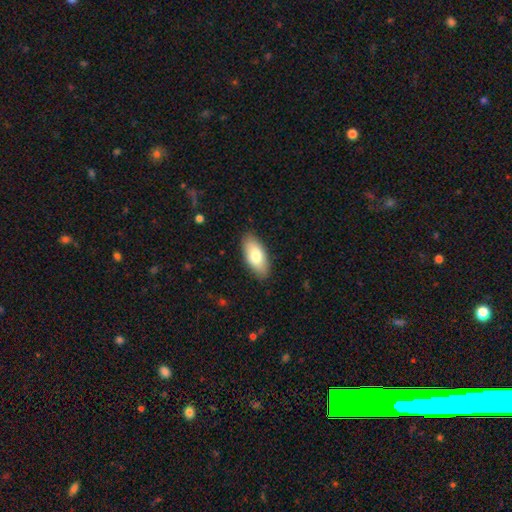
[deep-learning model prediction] smooth_or_featured: smooth (p=0.77) [alt: featured or disk p=0.18]
how_rounded: in between (p=0.90) [alt: cigar-shaped p=0.07]
merging: none (p=0.87) [alt: minor disturbance p=0.10]